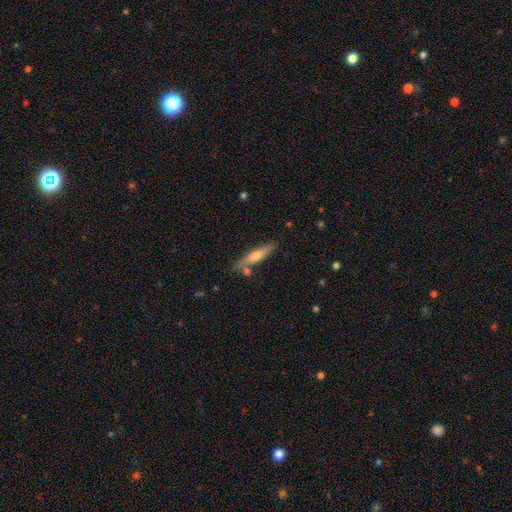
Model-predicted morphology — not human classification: type=smooth (49%); merging=none (74%).